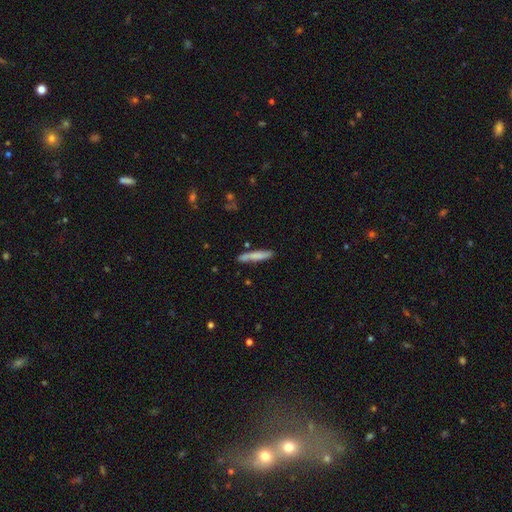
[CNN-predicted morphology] Overall: smooth (72%). How rounded: cigar-shaped (90%). Merging: none (79%).